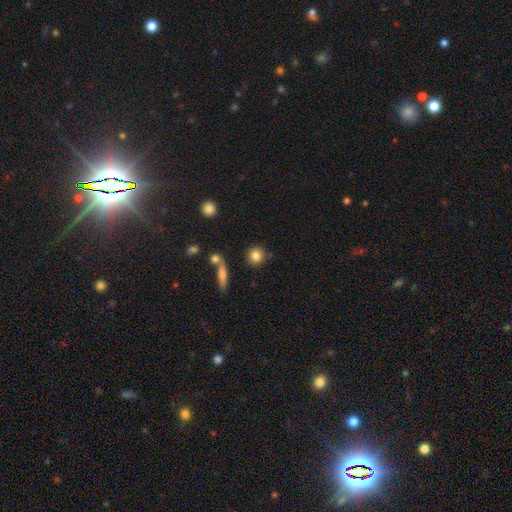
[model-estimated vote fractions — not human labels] smooth 82%, star or artifact 10%, featured or disk 9%. Down the decision tree: how rounded — round (86%); merging — none (80%).